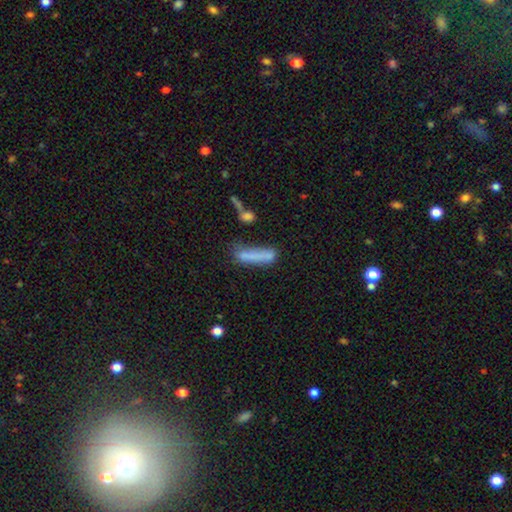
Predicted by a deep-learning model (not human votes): Q: Smooth or featured?
A: smooth (70%); runner-up: featured or disk (19%)
Q: How rounded?
A: cigar-shaped (81%); runner-up: in between (16%)
Q: Merging?
A: none (53%); runner-up: minor disturbance (21%)